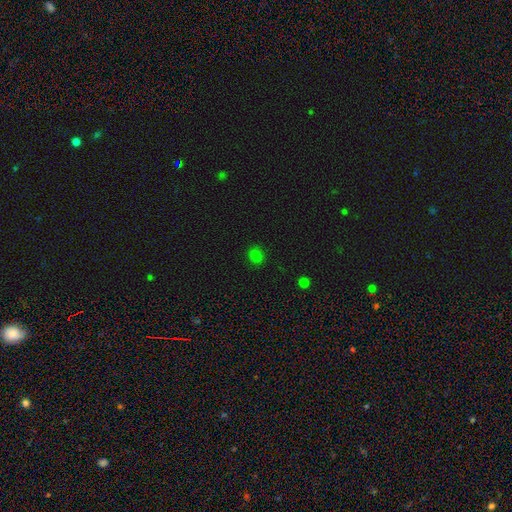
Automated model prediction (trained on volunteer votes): Overall: smooth (77%). How rounded: round (71%). Merging: none (88%).